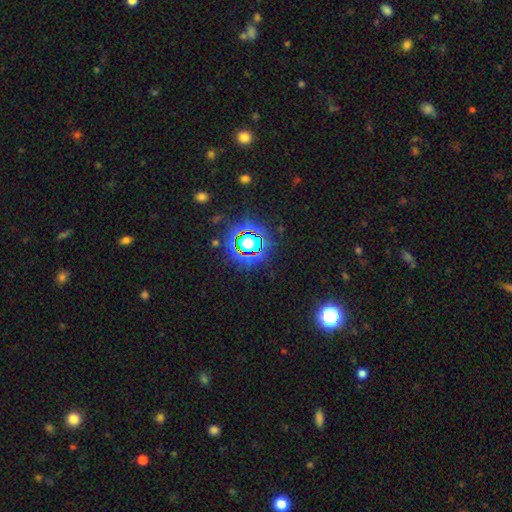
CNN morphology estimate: Smooth or featured? Predicted: star or artifact (p=0.81).